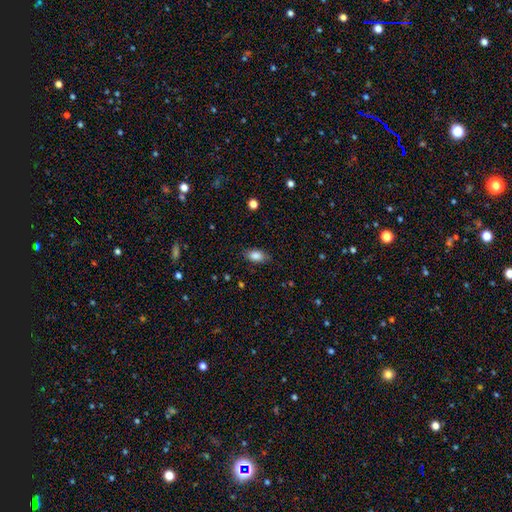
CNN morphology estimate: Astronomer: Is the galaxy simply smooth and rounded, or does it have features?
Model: smooth — 86%.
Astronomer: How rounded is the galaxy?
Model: in between — 88%.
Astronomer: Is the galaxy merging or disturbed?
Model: none — 82%.